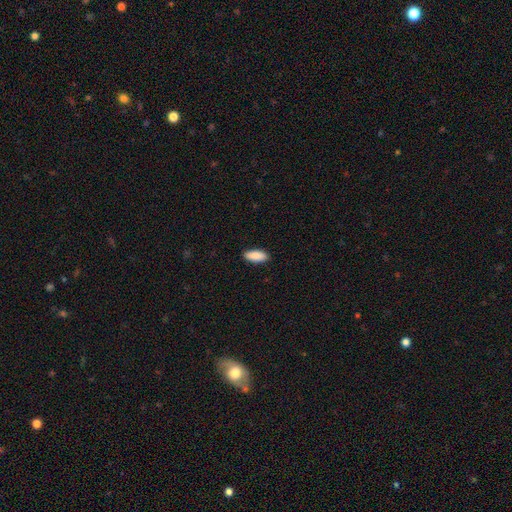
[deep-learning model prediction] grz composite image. It shows a smooth galaxy with no disk features (91%) that is in between round and cigar-shaped (83%). Merging: none (90%).